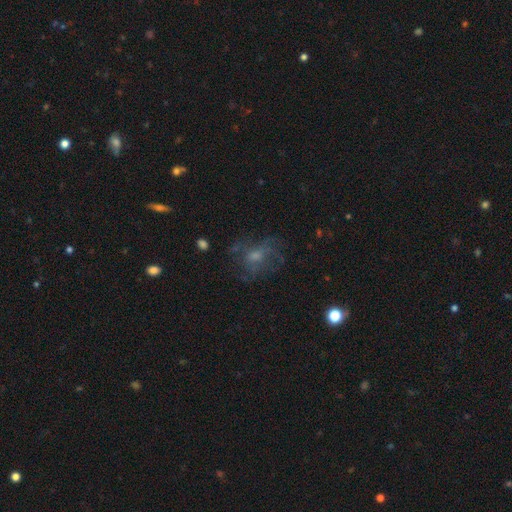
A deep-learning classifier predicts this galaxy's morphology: smooth_or_featured: featured or disk (p=0.47) [alt: smooth p=0.35]
merging: none (p=0.56) [alt: major disturbance p=0.23]